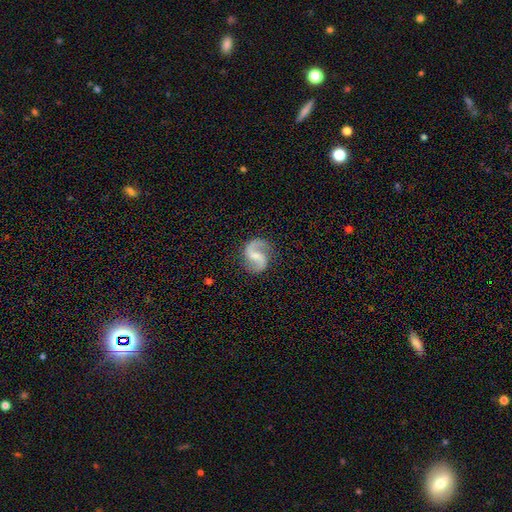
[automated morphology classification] Smooth or featured: featured or disk — 89% (smooth — 7%)
Edge-on disk: no — 98% (yes — 2%)
Bar: weak — 53% (no — 27%)
Spiral arms: yes — 97% (no — 3%)
Spiral winding: loose — 47% (medium — 45%)
Spiral arm count: 2 — 93% (1 — 3%)
Bulge size: small — 40% (moderate — 29%)
Merging: none — 80% (minor disturbance — 13%)